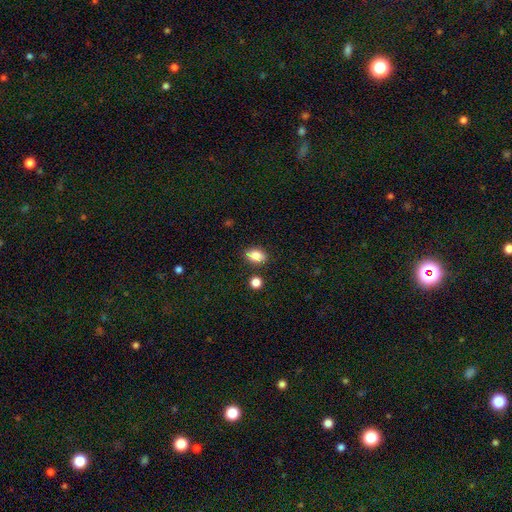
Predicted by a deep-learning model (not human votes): smooth_or_featured: smooth (p=0.83) [alt: star or artifact p=0.09]
how_rounded: in between (p=0.80) [alt: round p=0.18]
merging: none (p=0.81) [alt: minor disturbance p=0.12]